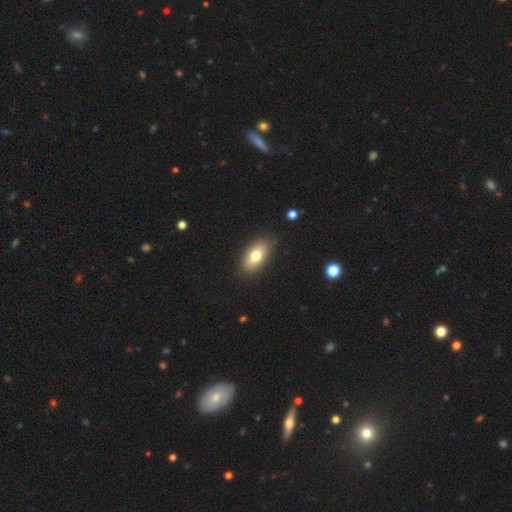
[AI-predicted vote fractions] A smooth galaxy with no disk features (75%) that is in between round and cigar-shaped (89%). Merging: none (87%).